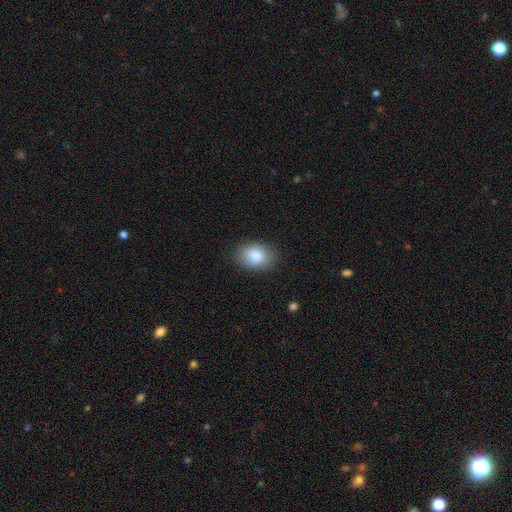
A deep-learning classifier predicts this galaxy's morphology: smooth 85%, featured or disk 8%, star or artifact 7%. Down the decision tree: how rounded — in between (81%); merging — none (84%).